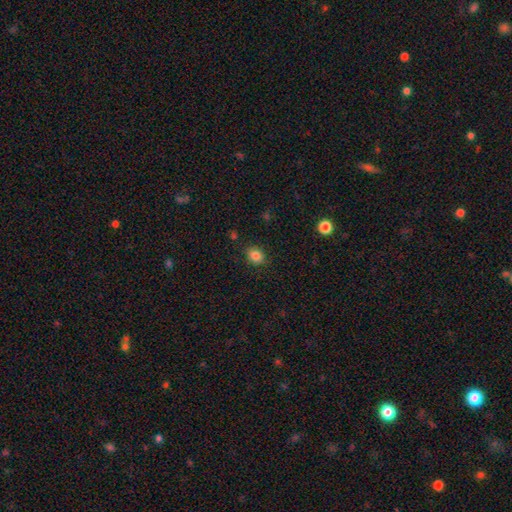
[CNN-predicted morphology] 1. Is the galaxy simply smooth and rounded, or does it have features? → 83% smooth, 11% star or artifact, 6% featured or disk.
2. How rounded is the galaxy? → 57% round, 42% in between, 1% cigar-shaped.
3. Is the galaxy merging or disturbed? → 86% none, 10% minor disturbance, 2% major disturbance, 2% merger.